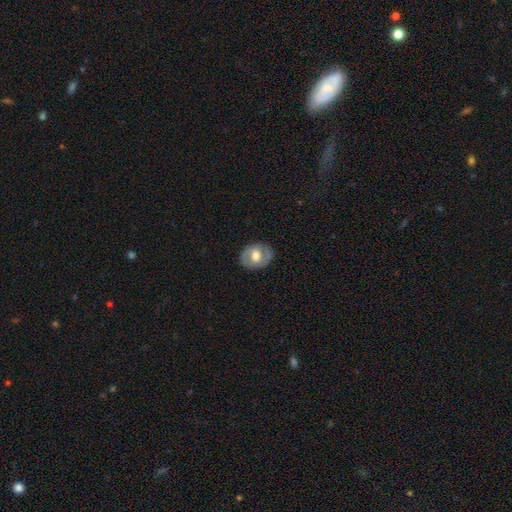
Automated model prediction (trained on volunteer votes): The model was most divided on "smooth or featured": smooth: 51%, featured or disk: 43%, star or artifact: 6%. More confident: merging — none (83%); how rounded — in between (54%).